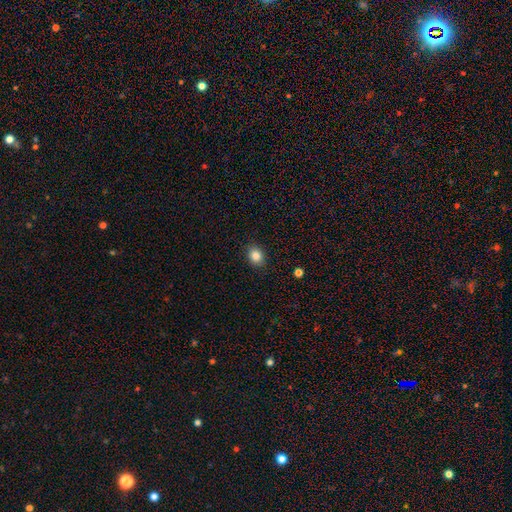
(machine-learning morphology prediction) This is clearly a smooth galaxy (84%). How rounded: possibly round (52%). Merging: clearly none (90%).